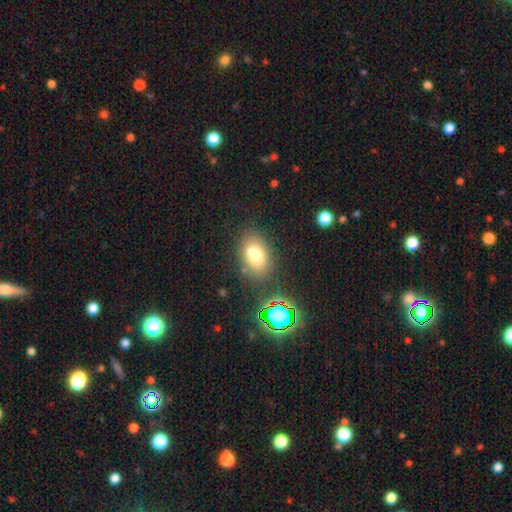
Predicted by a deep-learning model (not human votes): smooth 71%, featured or disk 15%, star or artifact 14%. Down the decision tree: how rounded — in between (78%); merging — none (60%).